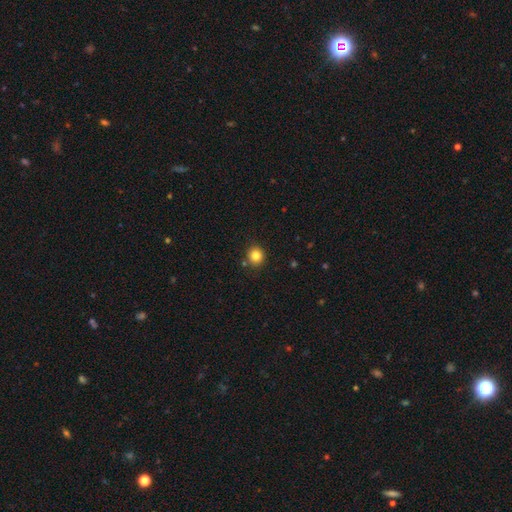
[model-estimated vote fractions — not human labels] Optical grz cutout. It shows a smooth galaxy with no disk features (82%) that is round (88%). Merging: none (85%).